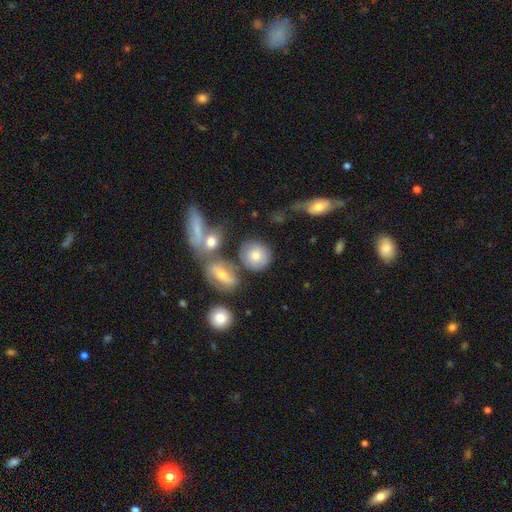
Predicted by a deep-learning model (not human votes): Smooth or featured? Predicted: smooth (p=0.69). How rounded? Predicted: round (p=0.79). Merging? Predicted: none (p=0.62).